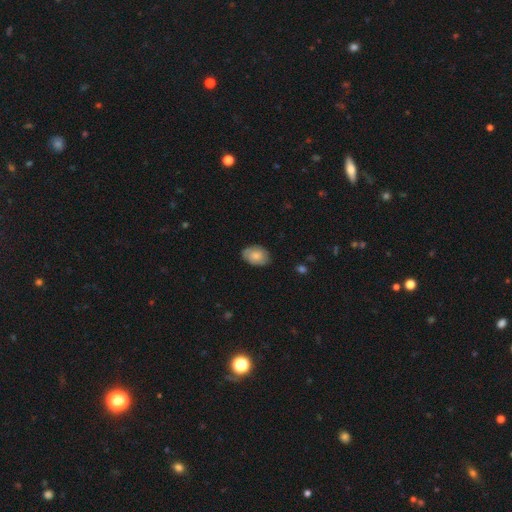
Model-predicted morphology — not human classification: Smooth or featured? smooth (70%)
How rounded? in between (83%)
Merging? none (78%)